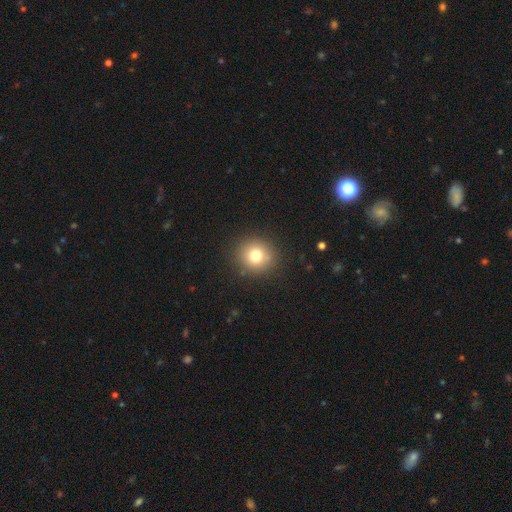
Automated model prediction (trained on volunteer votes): smooth-or-featured: smooth: 76% | star or artifact: 13% | featured or disk: 11%
  how-rounded: round: 89% | in between: 10% | cigar-shaped: 1%
  merging: none: 88% | minor disturbance: 8% | major disturbance: 3% | merger: 1%